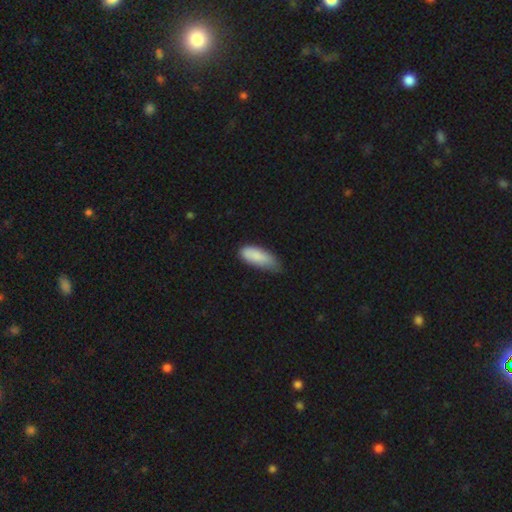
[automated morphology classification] smooth_or_featured: smooth (p=0.85) [alt: featured or disk p=0.09]
how_rounded: in between (p=0.73) [alt: cigar-shaped p=0.25]
merging: minor disturbance (p=0.45) [alt: none p=0.44]